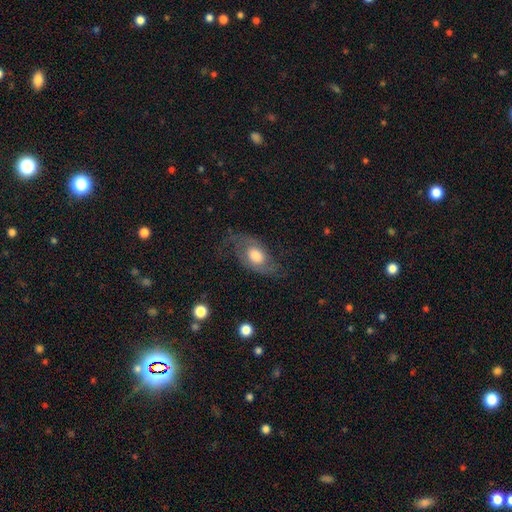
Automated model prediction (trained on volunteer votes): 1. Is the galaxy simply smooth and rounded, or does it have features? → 66% featured or disk, 27% smooth, 7% star or artifact.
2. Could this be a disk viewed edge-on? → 93% no, 7% yes.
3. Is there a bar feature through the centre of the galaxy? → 72% no, 24% weak, 4% strong.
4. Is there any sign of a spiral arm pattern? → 85% yes, 15% no.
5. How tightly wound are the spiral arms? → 47% loose, 40% medium, 13% tight.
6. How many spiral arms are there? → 88% 2, 6% can't tell, 3% 1, 1% 3, 1% 4, 1% more than 4.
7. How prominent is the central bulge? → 48% large, 38% moderate, 6% dominant, 5% small, 2% none.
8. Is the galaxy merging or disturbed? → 61% none, 20% minor disturbance, 17% major disturbance, 2% merger.